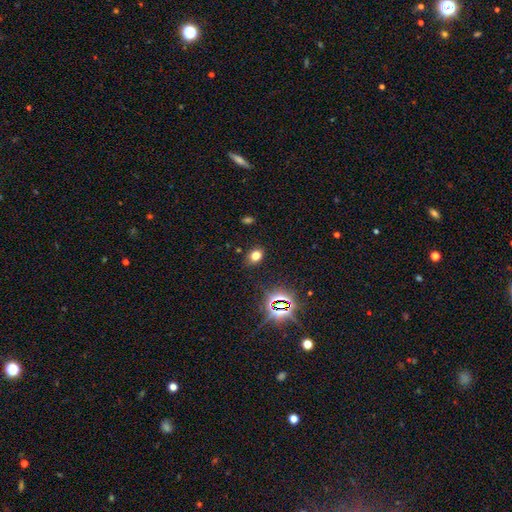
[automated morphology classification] Smooth or featured? smooth (71%)
How rounded? in between (58%)
Merging? none (87%)